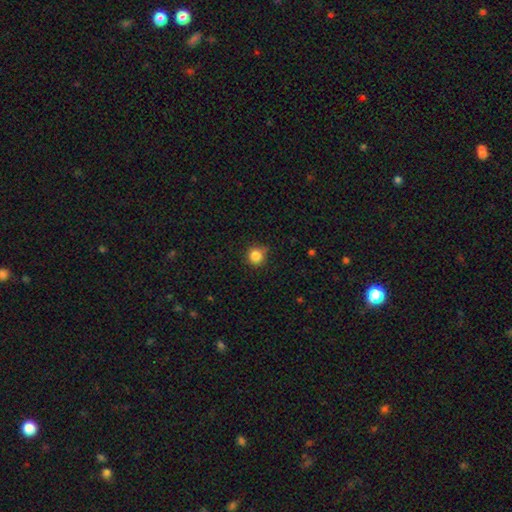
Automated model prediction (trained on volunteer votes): This is clearly a smooth galaxy (85%). How rounded: clearly round (92%). Merging: clearly none (81%).